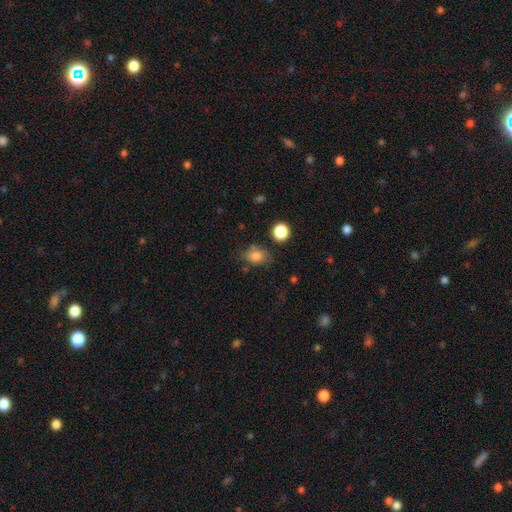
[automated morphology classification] smooth-or-featured: smooth: 81% | star or artifact: 11% | featured or disk: 8%
  how-rounded: in between: 66% | round: 33% | cigar-shaped: 1%
  merging: none: 66% | minor disturbance: 22% | major disturbance: 7% | merger: 5%